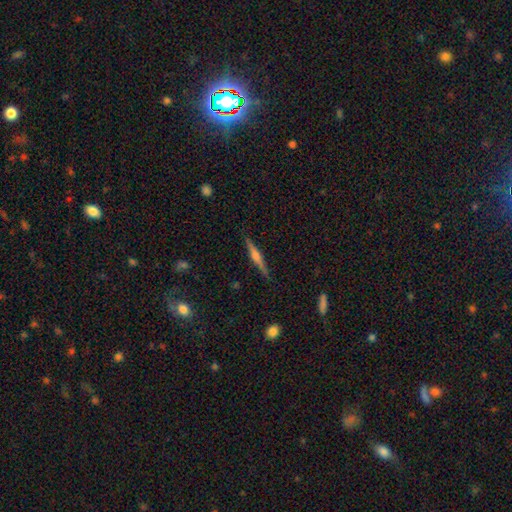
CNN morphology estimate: A featured or disk galaxy (73%) viewed edge-on (98%) with a rounded central bulge (84%).

Vote fractions:
- Smooth or featured? featured or disk: 73% / smooth: 20% / star or artifact: 7%
- Edge-on disk? yes: 98% / no: 2%
- Edge-on bulge? rounded: 84% / boxy: 10% / none: 6%
- Merging? none: 89% / minor disturbance: 8% / major disturbance: 2% / merger: 1%